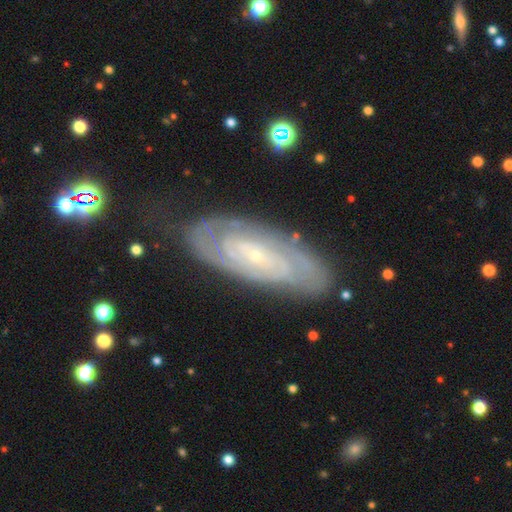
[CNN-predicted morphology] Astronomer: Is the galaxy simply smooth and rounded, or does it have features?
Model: featured or disk — 82%.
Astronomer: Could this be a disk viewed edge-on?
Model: no — 91%.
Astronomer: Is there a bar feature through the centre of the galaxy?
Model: no — 63%.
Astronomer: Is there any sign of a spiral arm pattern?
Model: yes — 92%.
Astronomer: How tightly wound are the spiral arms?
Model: tight — 77%.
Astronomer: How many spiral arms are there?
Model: can't tell — 45% (runner-up: 2, 29%).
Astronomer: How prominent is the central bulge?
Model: small — 86%.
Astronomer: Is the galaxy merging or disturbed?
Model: none — 78%.